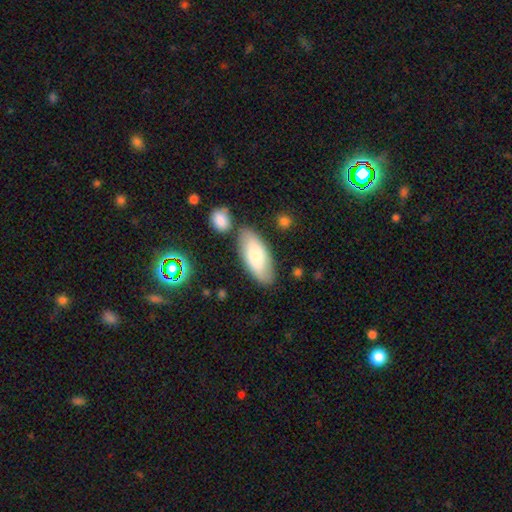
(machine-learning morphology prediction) Smooth or featured?
  - smooth: 74% *
  - featured or disk: 20%
  - star or artifact: 6%
How rounded?
  - in between: 85% *
  - cigar-shaped: 13%
  - round: 2%
Merging?
  - none: 74% *
  - minor disturbance: 14%
  - merger: 9%
  - major disturbance: 4%